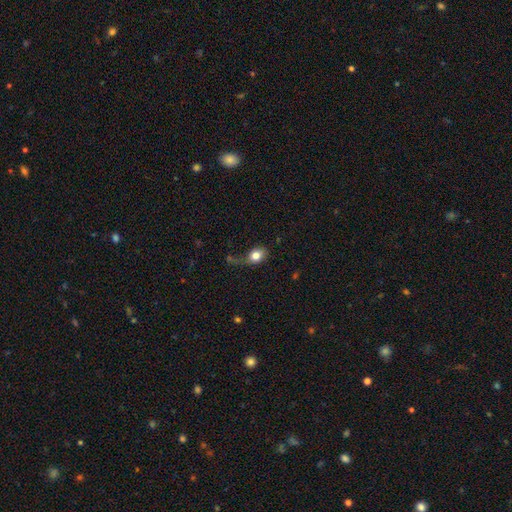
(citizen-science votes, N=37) Smooth or featured?
  - smooth: 81% *
  - featured or disk: 14%
  - star or artifact: 5%
How rounded?
  - round: 67% *
  - in between: 33%
  - cigar-shaped: 0%
Merging?
  - none: 43% *
  - major disturbance: 31%
  - minor disturbance: 20%
  - merger: 6%